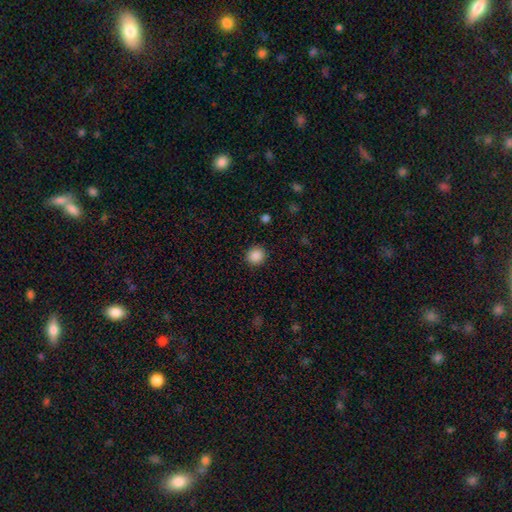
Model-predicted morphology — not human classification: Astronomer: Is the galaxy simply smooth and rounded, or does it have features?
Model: smooth — 88%.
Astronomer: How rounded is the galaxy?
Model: round — 90%.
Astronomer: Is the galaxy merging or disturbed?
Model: none — 91%.